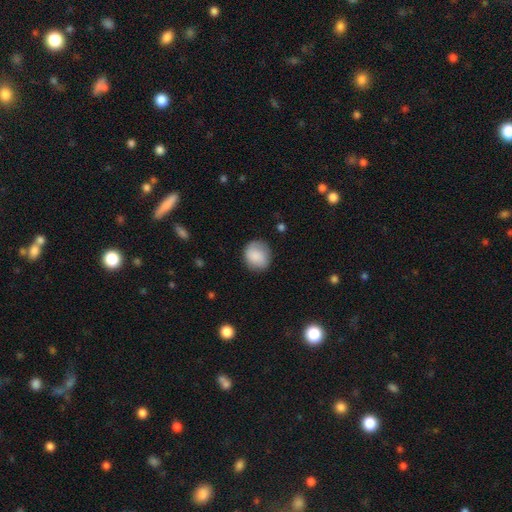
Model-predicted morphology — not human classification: A smooth galaxy with no disk features (83%) that is round (75%). Merging: none (75%).